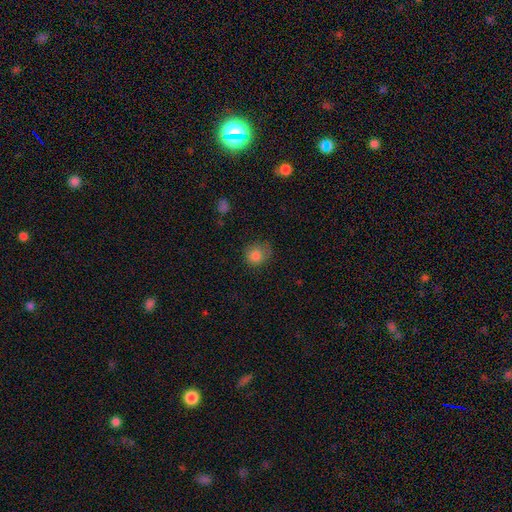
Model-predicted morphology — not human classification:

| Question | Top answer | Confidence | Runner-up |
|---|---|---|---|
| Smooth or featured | smooth | 83% | star or artifact (11%) |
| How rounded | round | 80% | in between (19%) |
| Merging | none | 64% | minor disturbance (26%) |